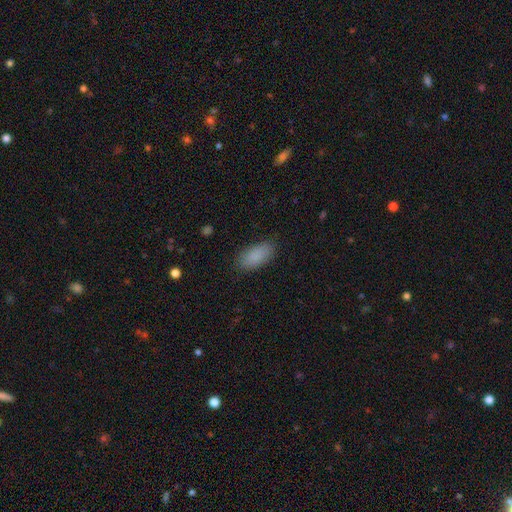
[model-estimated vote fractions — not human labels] Morphology: type=smooth (88%); roundness=in between (89%); merging=none (86%).